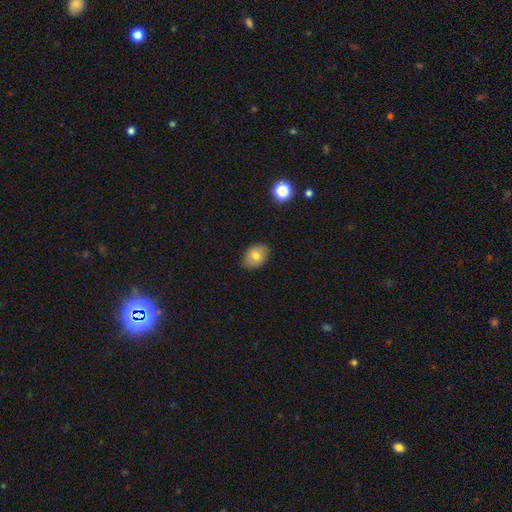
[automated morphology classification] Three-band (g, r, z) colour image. It shows a smooth galaxy with no disk features (74%) that is in between round and cigar-shaped (71%). Merging: none (84%).